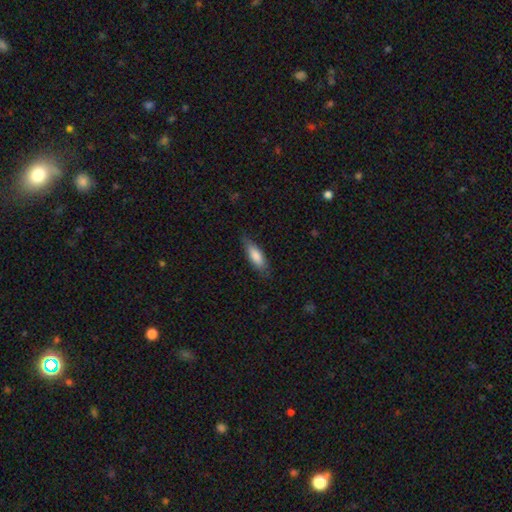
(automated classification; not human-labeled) A smooth galaxy with no disk features (81%) that is in between round and cigar-shaped (57%).

Vote fractions:
- Smooth or featured? smooth: 81% / featured or disk: 13% / star or artifact: 6%
- How rounded? in between: 57% / cigar-shaped: 41% / round: 2%
- Merging? none: 78% / minor disturbance: 17% / major disturbance: 4% / merger: 1%